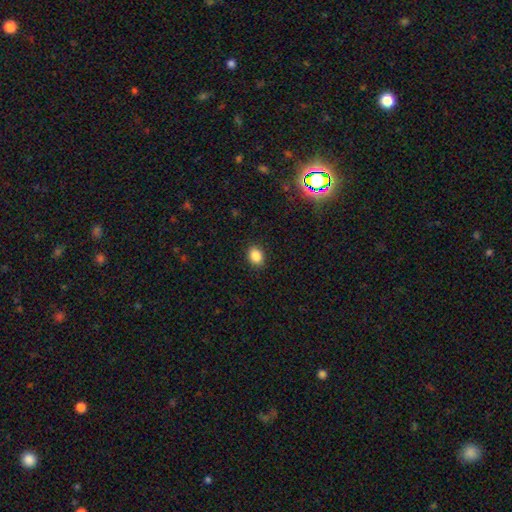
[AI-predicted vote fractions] Q: Smooth or featured?
A: smooth (87%); runner-up: star or artifact (9%)
Q: How rounded?
A: in between (66%); runner-up: round (33%)
Q: Merging?
A: none (89%); runner-up: minor disturbance (8%)